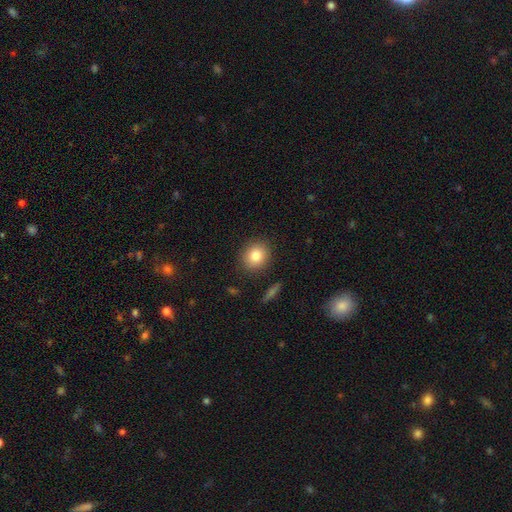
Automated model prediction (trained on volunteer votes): Q: Smooth or featured?
A: smooth (83%); runner-up: star or artifact (9%)
Q: How rounded?
A: round (72%); runner-up: in between (27%)
Q: Merging?
A: none (87%); runner-up: minor disturbance (8%)